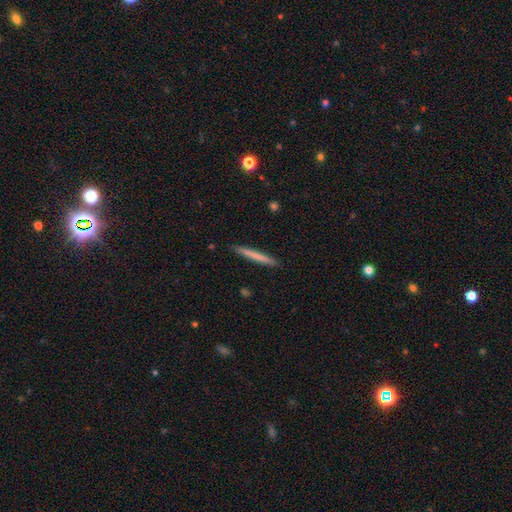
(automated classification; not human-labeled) Smooth or featured? Predicted: smooth (p=0.68). How rounded? Predicted: cigar-shaped (p=0.97). Merging? Predicted: none (p=0.92).